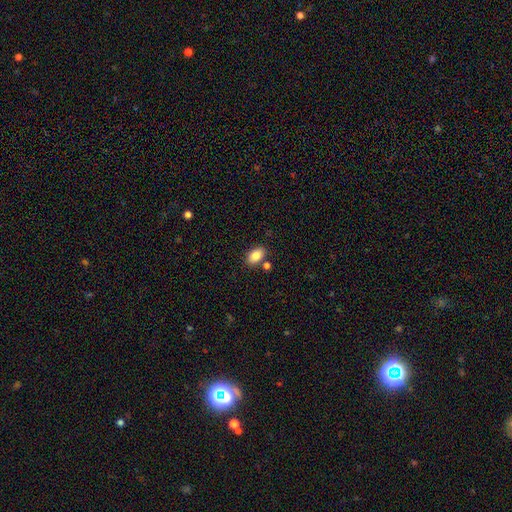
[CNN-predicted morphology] Smooth or featured?
  - smooth: 86% *
  - star or artifact: 8%
  - featured or disk: 7%
How rounded?
  - in between: 91% *
  - round: 7%
  - cigar-shaped: 2%
Merging?
  - none: 76% *
  - minor disturbance: 11%
  - merger: 10%
  - major disturbance: 3%